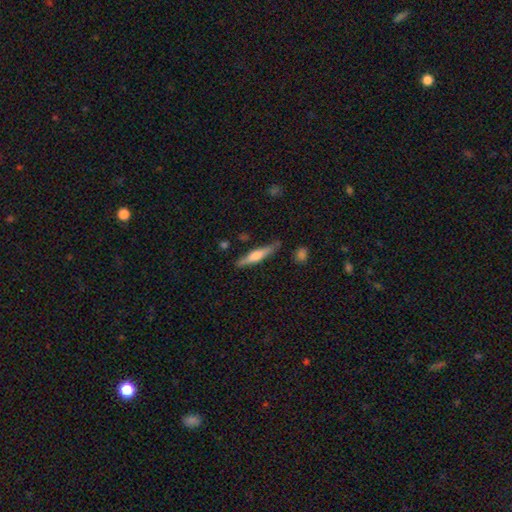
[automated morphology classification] Overall: featured or disk (49%; smooth 45%). Merging: none (81%).